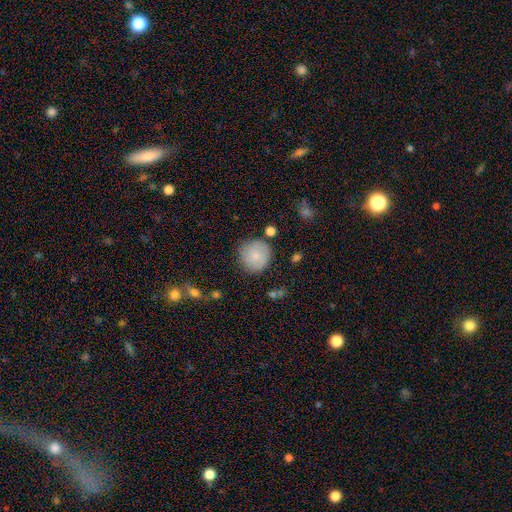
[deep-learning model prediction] smooth_or_featured: smooth (p=0.79) [alt: featured or disk p=0.13]
how_rounded: round (p=0.94) [alt: in between p=0.05]
merging: none (p=0.79) [alt: minor disturbance p=0.14]